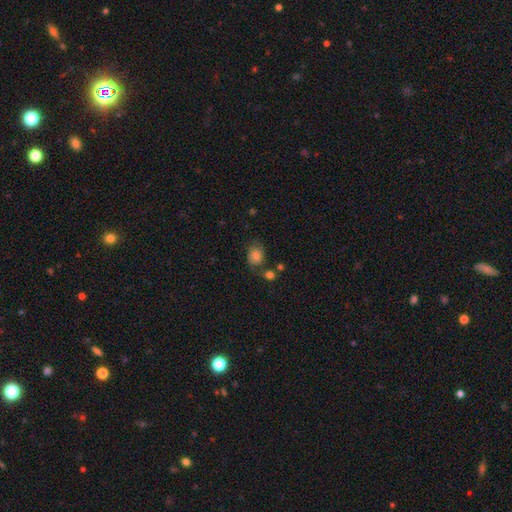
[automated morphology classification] Smooth or featured?
  - smooth: 74% *
  - featured or disk: 16%
  - star or artifact: 10%
How rounded?
  - round: 50% *
  - in between: 49%
  - cigar-shaped: 1%
Merging?
  - none: 55% *
  - minor disturbance: 24%
  - major disturbance: 11%
  - merger: 10%